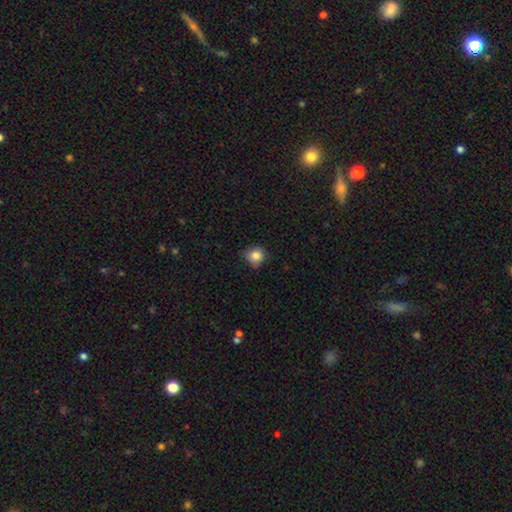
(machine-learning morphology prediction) type=smooth (83%); roundness=round (85%); merging=none (65%).